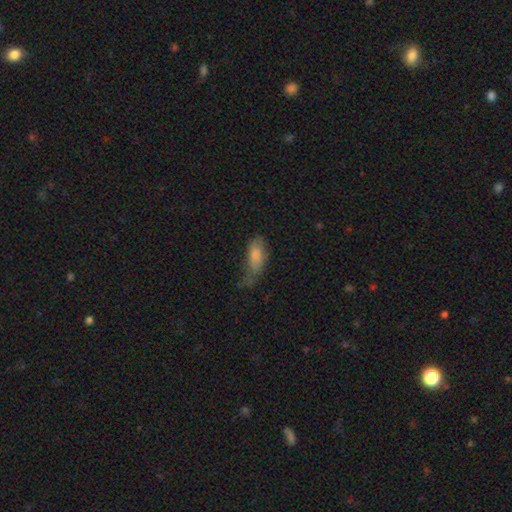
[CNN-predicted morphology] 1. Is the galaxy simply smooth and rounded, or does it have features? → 79% smooth, 13% featured or disk, 8% star or artifact.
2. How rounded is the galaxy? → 82% in between, 16% cigar-shaped, 3% round.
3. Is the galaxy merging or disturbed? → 38% minor disturbance, 30% none, 29% major disturbance, 3% merger.